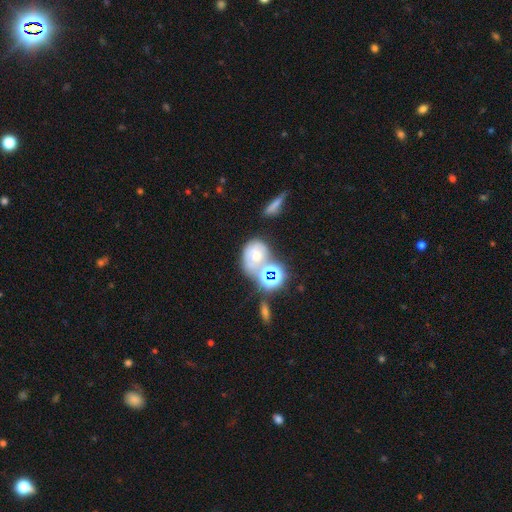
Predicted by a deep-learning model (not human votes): A smooth galaxy with no disk features (44%). Merging: none (35%, tied with merger).